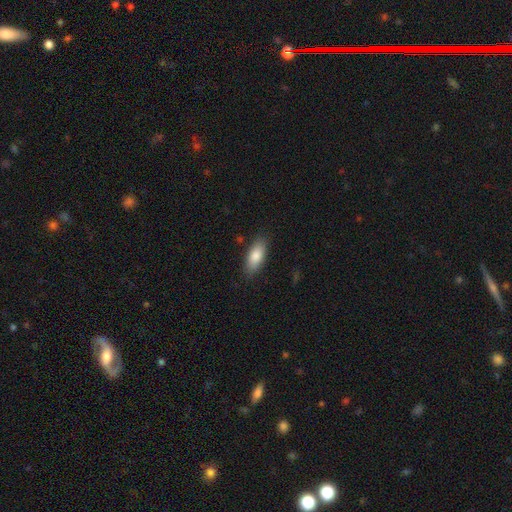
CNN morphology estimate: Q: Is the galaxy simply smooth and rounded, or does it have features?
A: smooth — 84%.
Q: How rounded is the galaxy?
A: in between — 82%.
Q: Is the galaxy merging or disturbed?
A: none — 85%.